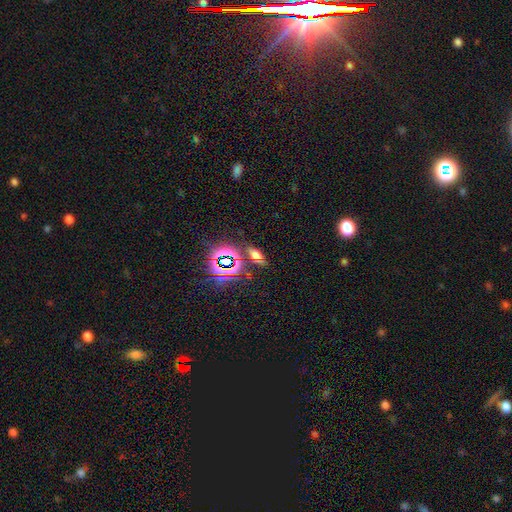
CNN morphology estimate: This is marginally a smooth galaxy (42%). Merging: likely none (74%).